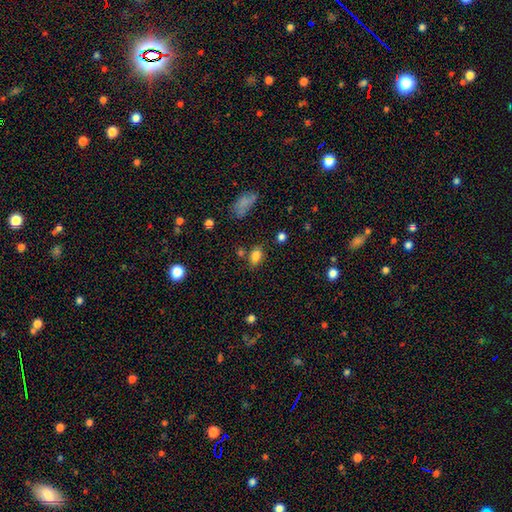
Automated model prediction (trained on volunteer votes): smooth_or_featured: smooth (p=0.80) [alt: star or artifact p=0.13]
how_rounded: in between (p=0.75) [alt: round p=0.23]
merging: none (p=0.68) [alt: minor disturbance p=0.17]